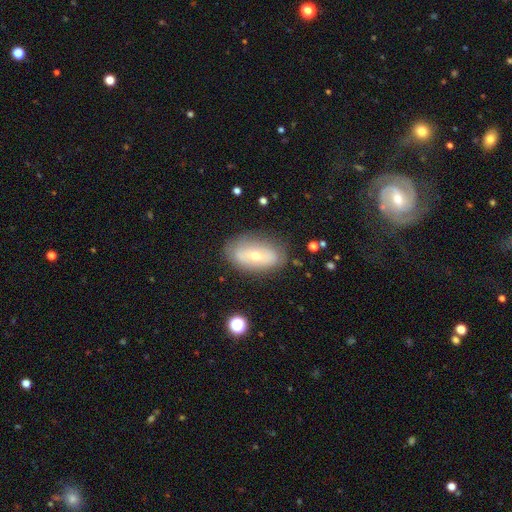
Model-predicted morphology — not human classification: Overall: featured or disk (51%; smooth 40%). Edge-on disk: no (88%). Merging: none (75%).